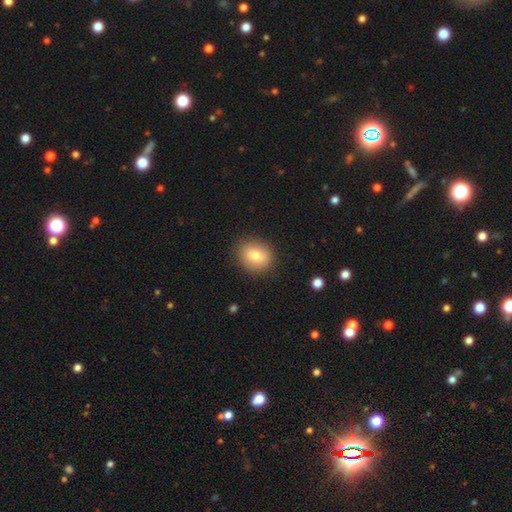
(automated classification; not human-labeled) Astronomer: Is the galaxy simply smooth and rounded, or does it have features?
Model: smooth — 77%.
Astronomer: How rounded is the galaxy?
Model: round — 64%.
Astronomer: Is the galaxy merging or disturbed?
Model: none — 88%.